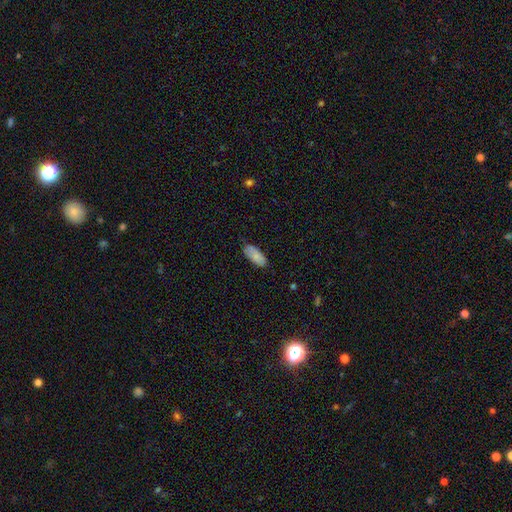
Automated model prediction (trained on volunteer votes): Smooth or featured? Predicted: smooth (p=0.84). How rounded? Predicted: in between (p=0.86). Merging? Predicted: none (p=0.77).